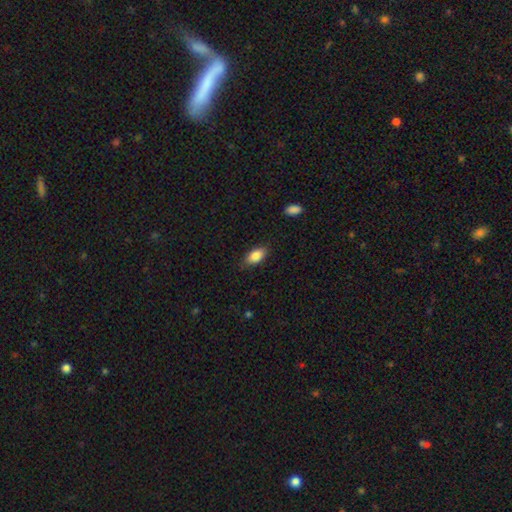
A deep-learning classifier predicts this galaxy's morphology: Smooth or featured: smooth — 86% (star or artifact — 7%)
How rounded: in between — 91% (cigar-shaped — 5%)
Merging: none — 82% (minor disturbance — 14%)